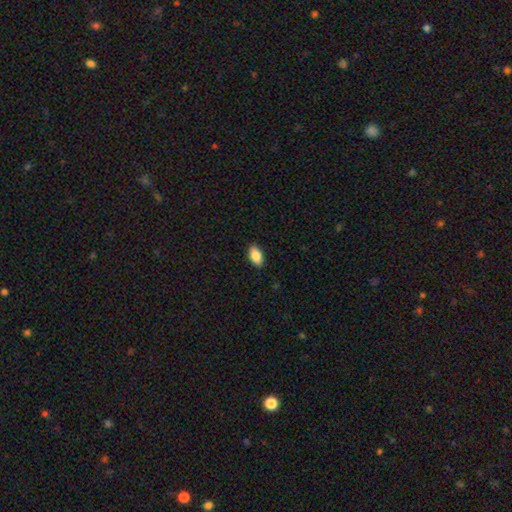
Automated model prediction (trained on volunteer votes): smooth-or-featured: smooth: 86% | star or artifact: 7% | featured or disk: 7%
  how-rounded: in between: 93% | round: 4% | cigar-shaped: 3%
  merging: none: 89% | minor disturbance: 9% | major disturbance: 2% | merger: 1%